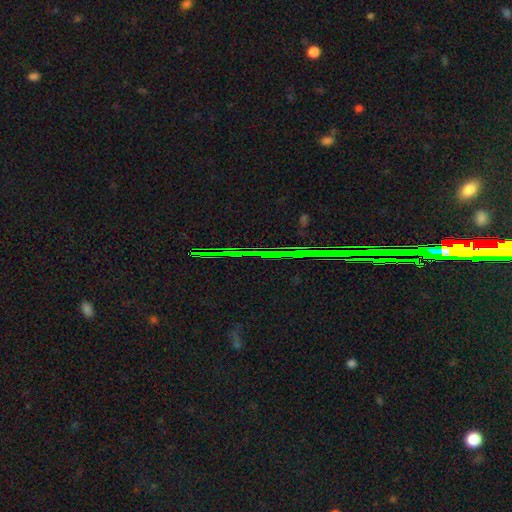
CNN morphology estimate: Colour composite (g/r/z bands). It shows a star or artifact, not a galaxy (82%).